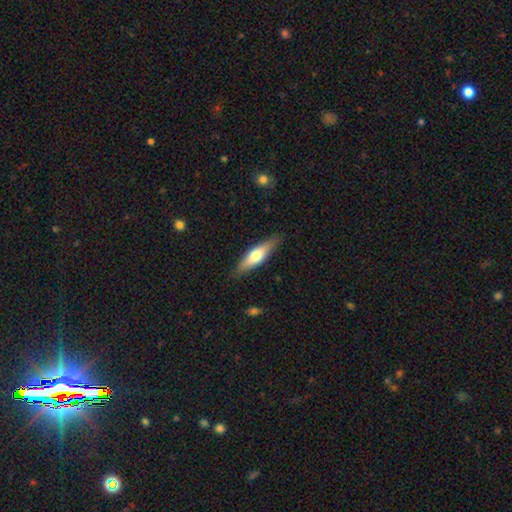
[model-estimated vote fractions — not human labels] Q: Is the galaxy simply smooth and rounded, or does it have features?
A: smooth — 54%.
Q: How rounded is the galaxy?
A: cigar-shaped — 62%.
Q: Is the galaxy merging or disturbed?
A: none — 86%.